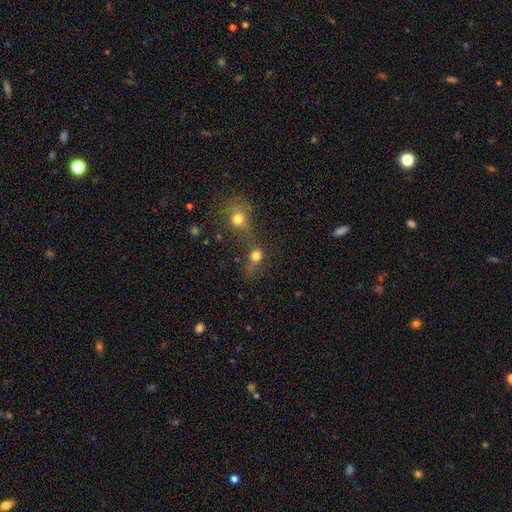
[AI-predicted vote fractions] Smooth or featured: smooth — 74% (star or artifact — 15%)
How rounded: round — 71% (in between — 27%)
Merging: merger — 55% (none — 27%)